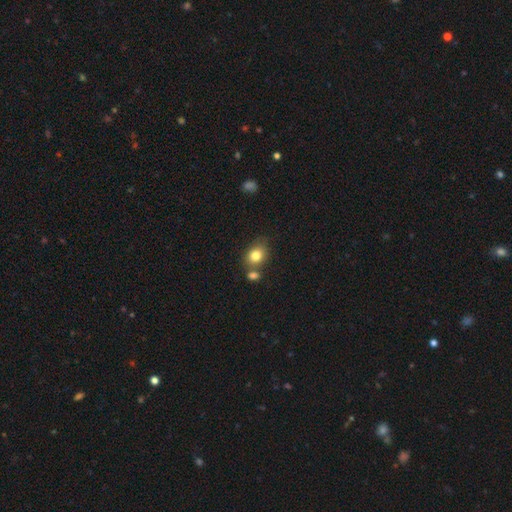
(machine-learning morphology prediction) A smooth galaxy with no disk features (82%) that is in between round and cigar-shaped (53%).

Vote fractions:
- Smooth or featured? smooth: 82% / star or artifact: 9% / featured or disk: 8%
- How rounded? in between: 53% / round: 46% / cigar-shaped: 1%
- Merging? none: 59% / merger: 23% / minor disturbance: 14% / major disturbance: 4%